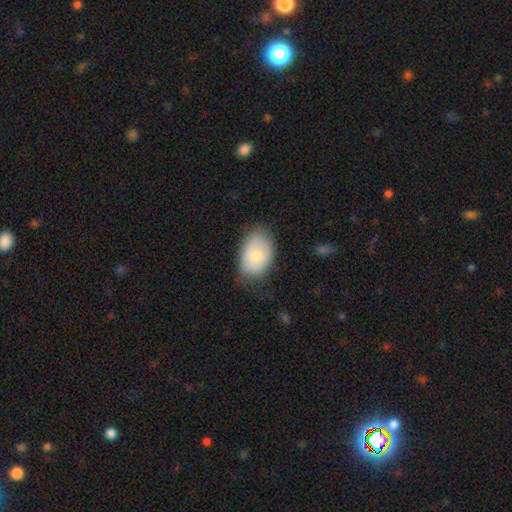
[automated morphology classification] Smooth or featured?
  - smooth: 75% *
  - featured or disk: 19%
  - star or artifact: 7%
How rounded?
  - in between: 88% *
  - round: 11%
  - cigar-shaped: 1%
Merging?
  - none: 69% *
  - minor disturbance: 24%
  - major disturbance: 6%
  - merger: 1%